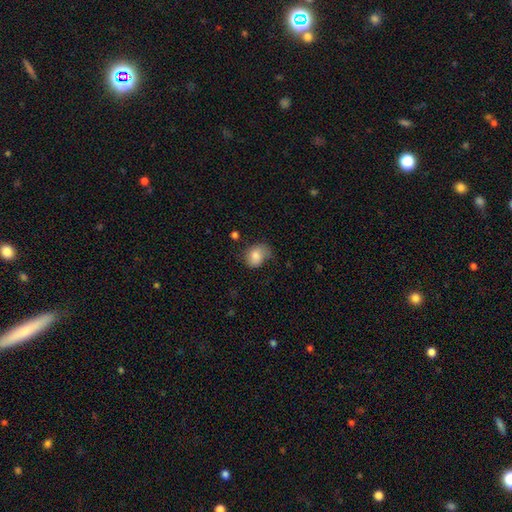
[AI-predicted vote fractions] Smooth or featured: smooth — 80% (featured or disk — 12%)
How rounded: in between — 56% (round — 43%)
Merging: none — 52% (minor disturbance — 32%)